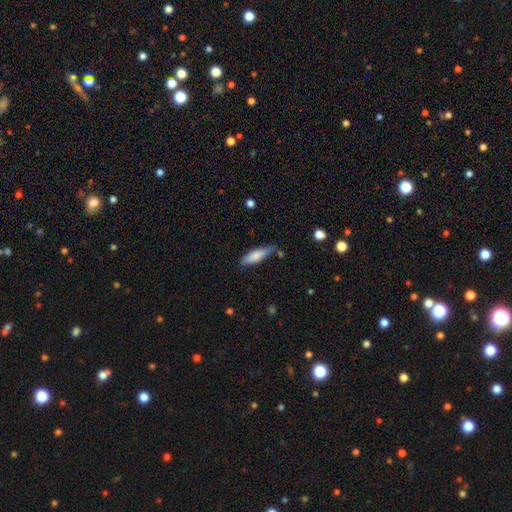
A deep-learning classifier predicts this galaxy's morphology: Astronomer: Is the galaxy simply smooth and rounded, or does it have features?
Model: smooth — 79%.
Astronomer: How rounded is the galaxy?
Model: cigar-shaped — 59% (runner-up: in between, 39%).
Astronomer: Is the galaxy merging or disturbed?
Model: none — 71%.